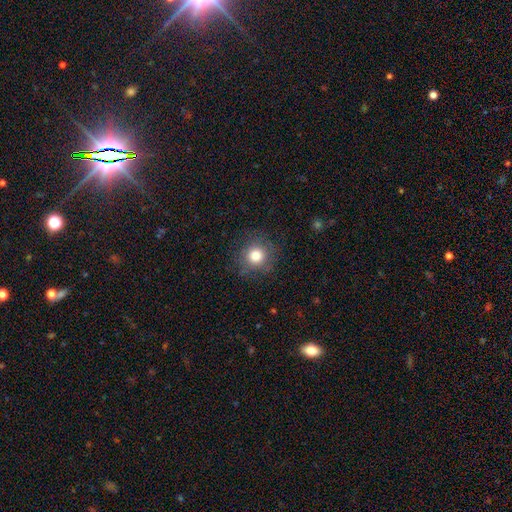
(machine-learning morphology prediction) Smooth or featured? Predicted: smooth (p=0.81). How rounded? Predicted: round (p=0.92). Merging? Predicted: none (p=0.84).